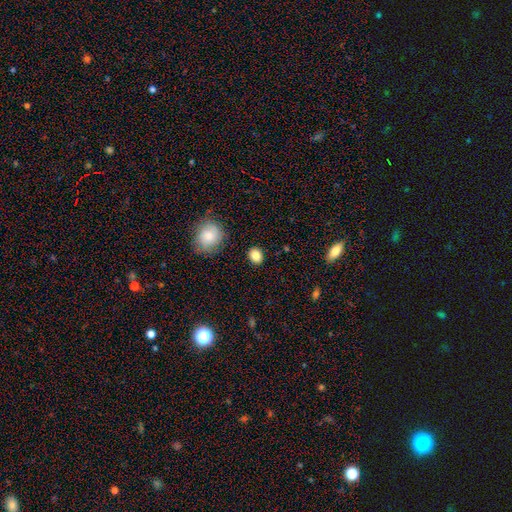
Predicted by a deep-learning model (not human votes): Overall: smooth (86%). How rounded: round (53%; in between 46%). Merging: none (88%).